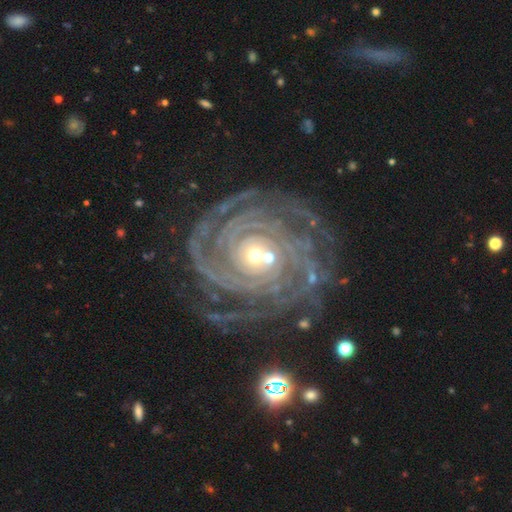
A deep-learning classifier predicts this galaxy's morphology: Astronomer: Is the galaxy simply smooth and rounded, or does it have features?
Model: featured or disk — 92%.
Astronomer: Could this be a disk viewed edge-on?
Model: no — 98%.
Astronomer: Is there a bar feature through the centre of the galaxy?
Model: no — 76%.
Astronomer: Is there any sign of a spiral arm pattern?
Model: yes — 98%.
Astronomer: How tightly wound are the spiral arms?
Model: tight — 84%.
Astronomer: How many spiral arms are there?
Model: more than 4 — 21% (runner-up: 4, 19%).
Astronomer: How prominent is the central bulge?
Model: small — 54% (runner-up: moderate, 41%).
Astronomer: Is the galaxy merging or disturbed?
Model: none — 69%.